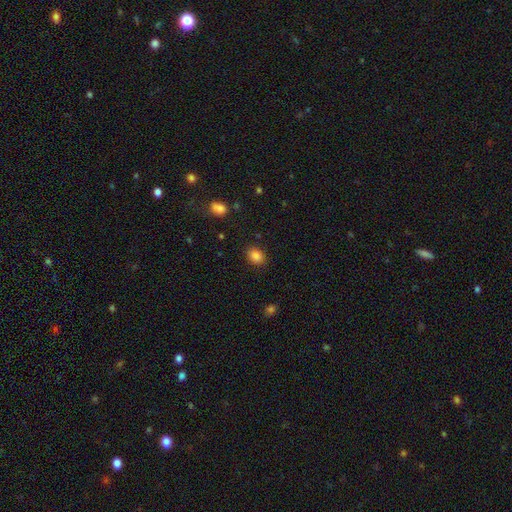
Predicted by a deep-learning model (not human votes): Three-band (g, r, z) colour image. It shows a smooth galaxy with no disk features (86%) that is in between round and cigar-shaped (54%). Merging: none (86%).